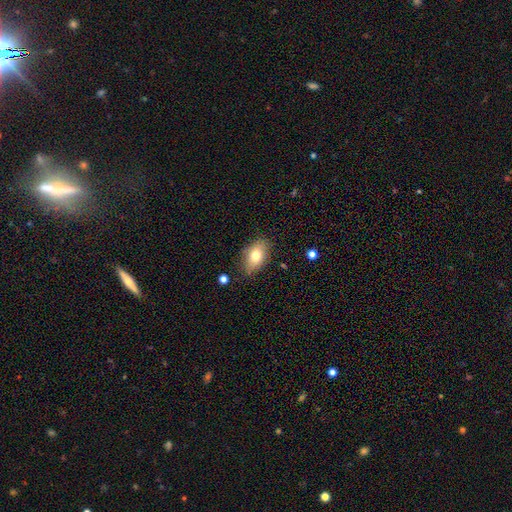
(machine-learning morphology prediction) Smooth or featured?
  - smooth: 76% *
  - featured or disk: 16%
  - star or artifact: 8%
How rounded?
  - in between: 88% *
  - round: 9%
  - cigar-shaped: 3%
Merging?
  - none: 81% *
  - minor disturbance: 15%
  - major disturbance: 3%
  - merger: 2%